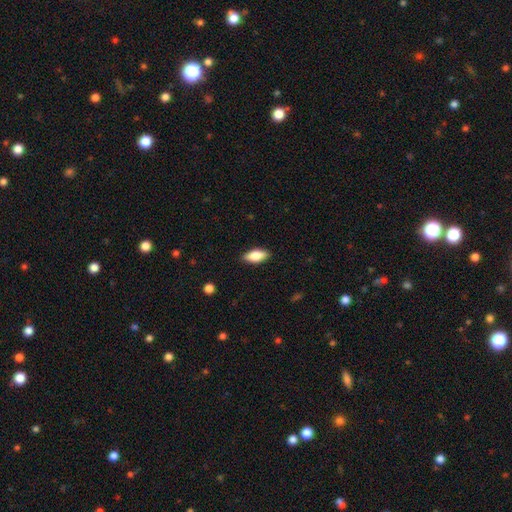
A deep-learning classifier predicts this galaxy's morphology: Overall: smooth (80%). How rounded: in between (86%). Merging: none (87%).